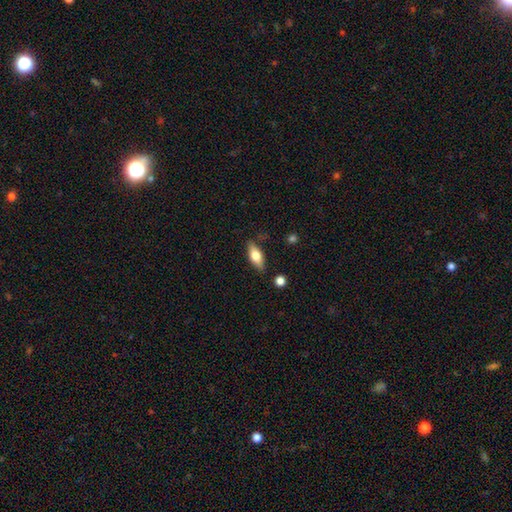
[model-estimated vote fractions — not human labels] smooth_or_featured: smooth (p=0.66) [alt: featured or disk p=0.27]
how_rounded: in between (p=0.76) [alt: cigar-shaped p=0.20]
merging: none (p=0.81) [alt: minor disturbance p=0.13]